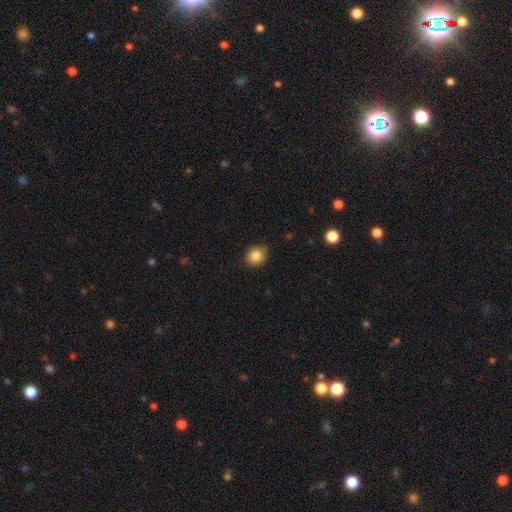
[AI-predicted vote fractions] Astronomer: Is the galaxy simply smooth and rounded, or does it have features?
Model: smooth — 85%.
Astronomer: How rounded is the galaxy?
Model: round — 78%.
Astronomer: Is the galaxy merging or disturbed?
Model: none — 81%.